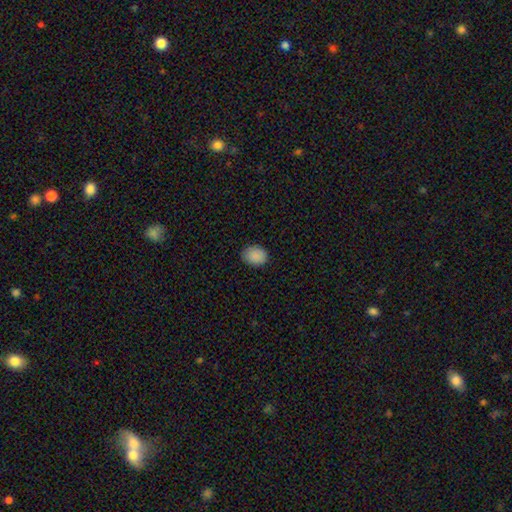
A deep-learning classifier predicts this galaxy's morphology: This appears to be a smooth galaxy with no disk features (89%) that is in between round and cigar-shaped (56%). Merging: none (86%).